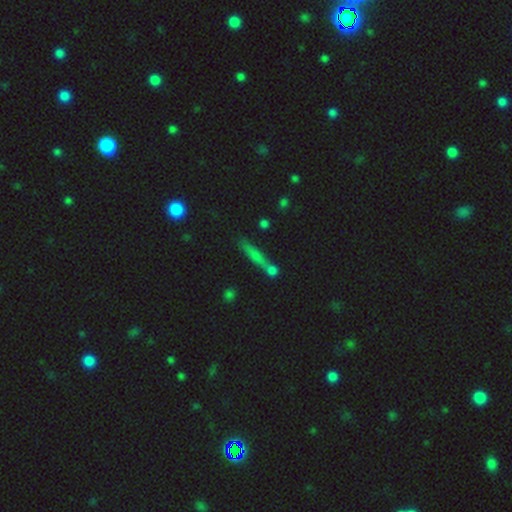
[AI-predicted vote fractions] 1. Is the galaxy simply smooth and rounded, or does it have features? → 57% smooth, 28% featured or disk, 15% star or artifact.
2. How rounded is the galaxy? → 79% cigar-shaped, 14% in between, 7% round.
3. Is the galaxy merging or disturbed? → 64% none, 19% merger, 12% minor disturbance, 5% major disturbance.